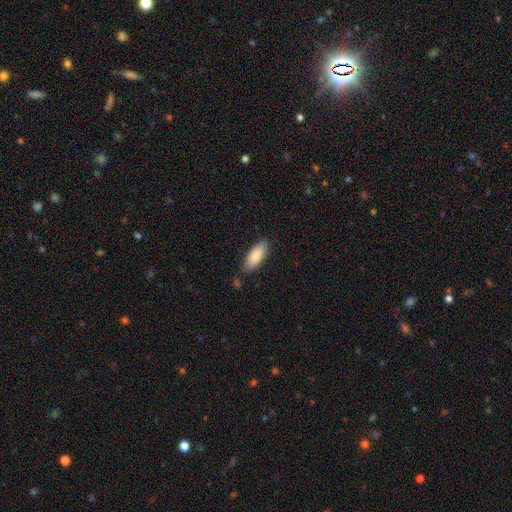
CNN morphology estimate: This is clearly a smooth galaxy (85%). How rounded: likely in between (78%). Merging: clearly none (81%).